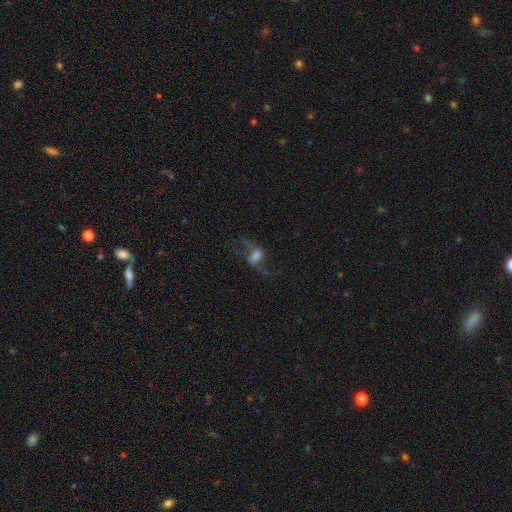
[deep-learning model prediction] A featured or disk galaxy (65%) with no bar (41%), spiral arms (85%) and a moderate central bulge (31%). Merging: none (59%).